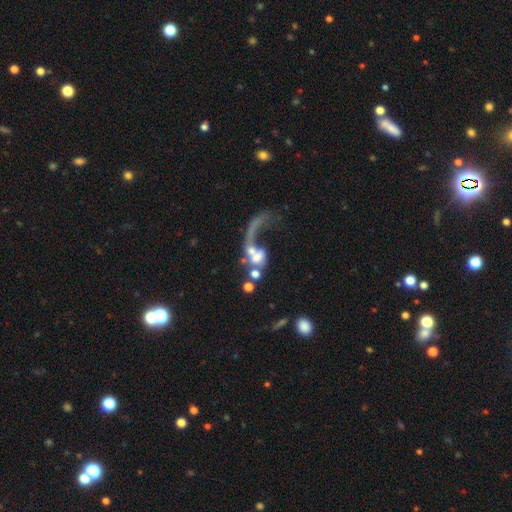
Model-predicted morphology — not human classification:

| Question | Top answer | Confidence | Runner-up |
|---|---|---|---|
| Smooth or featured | featured or disk | 53% | smooth (33%) |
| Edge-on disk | no | 95% | yes (5%) |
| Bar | no | 73% | weak (19%) |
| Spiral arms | no | 56% | yes (44%) |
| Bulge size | moderate | 28% | none (26%) |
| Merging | merger | 44% | major disturbance (36%) |